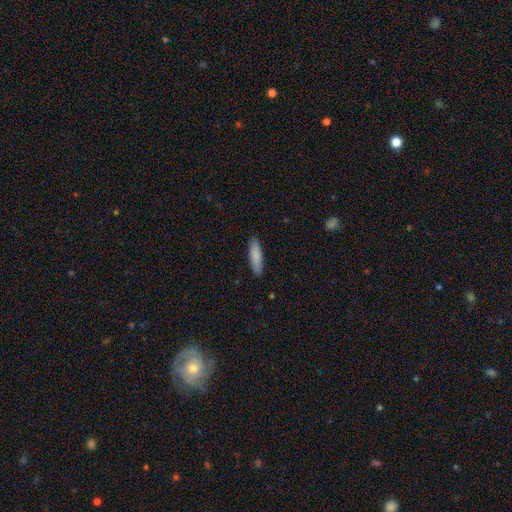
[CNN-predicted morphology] Smooth or featured?
  - smooth: 84% *
  - featured or disk: 11%
  - star or artifact: 6%
How rounded?
  - cigar-shaped: 74% *
  - in between: 25%
  - round: 1%
Merging?
  - none: 89% *
  - minor disturbance: 8%
  - major disturbance: 2%
  - merger: 1%